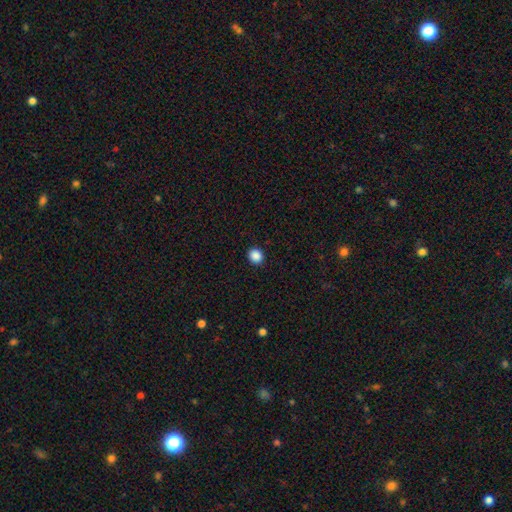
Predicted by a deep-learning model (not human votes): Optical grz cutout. It shows a smooth galaxy with no disk features (88%) that is round (79%). Merging: none (92%).